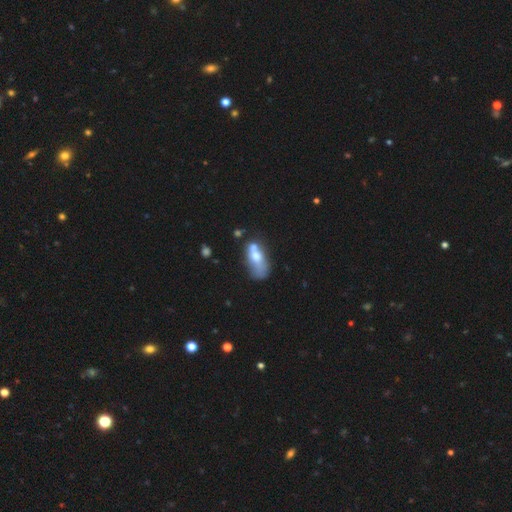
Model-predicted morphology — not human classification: A smooth galaxy with no disk features (56%) that is in between round and cigar-shaped (83%).

Vote fractions:
- Smooth or featured? smooth: 56% / featured or disk: 34% / star or artifact: 10%
- How rounded? in between: 83% / cigar-shaped: 9% / round: 7%
- Merging? merger: 37% / none: 23% / major disturbance: 22% / minor disturbance: 19%